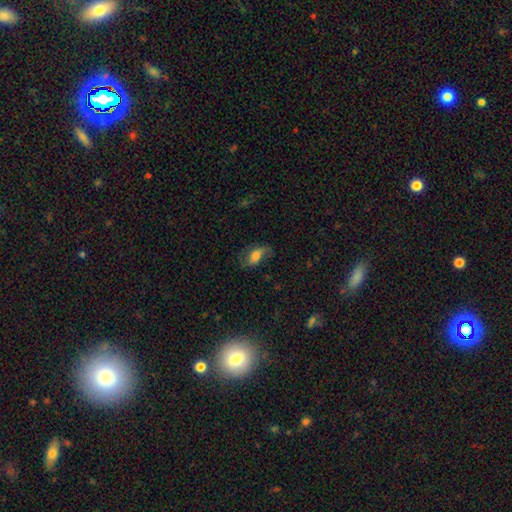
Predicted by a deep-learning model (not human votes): This is possibly a smooth galaxy (58%). How rounded: clearly in between (85%). Merging: possibly none (57%).